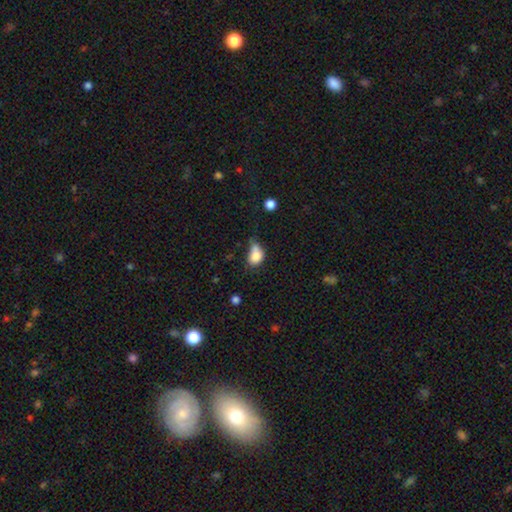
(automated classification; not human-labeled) Smooth or featured?
  - smooth: 80% *
  - featured or disk: 10%
  - star or artifact: 10%
How rounded?
  - in between: 70% *
  - round: 29%
  - cigar-shaped: 2%
Merging?
  - minor disturbance: 38% *
  - none: 28%
  - major disturbance: 18%
  - merger: 17%